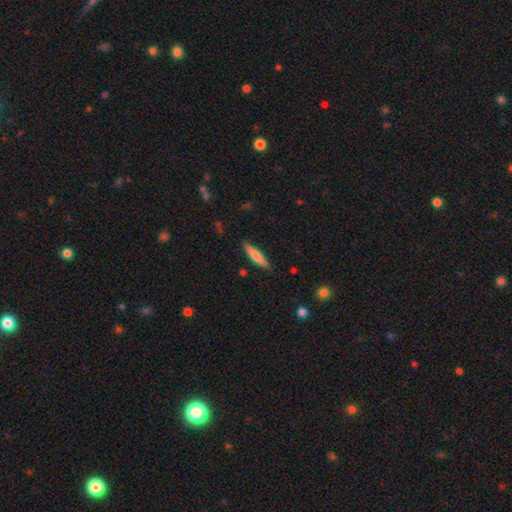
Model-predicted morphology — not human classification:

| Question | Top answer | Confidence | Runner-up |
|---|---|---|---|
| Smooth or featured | smooth | 68% | featured or disk (26%) |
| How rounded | cigar-shaped | 85% | in between (14%) |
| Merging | none | 88% | minor disturbance (8%) |